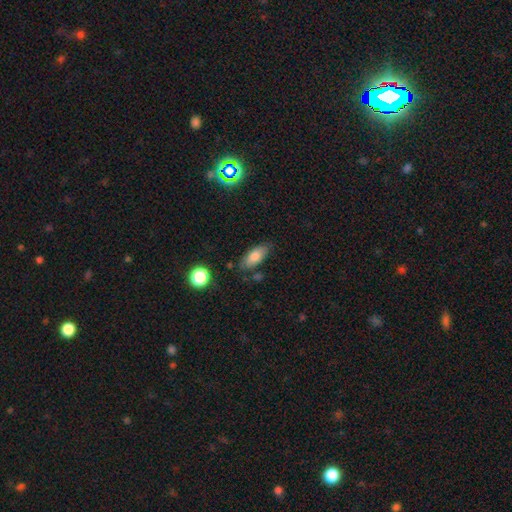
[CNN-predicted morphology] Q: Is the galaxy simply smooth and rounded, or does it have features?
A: smooth — 80%.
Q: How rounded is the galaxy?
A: in between — 83%.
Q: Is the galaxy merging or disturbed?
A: none — 77%.